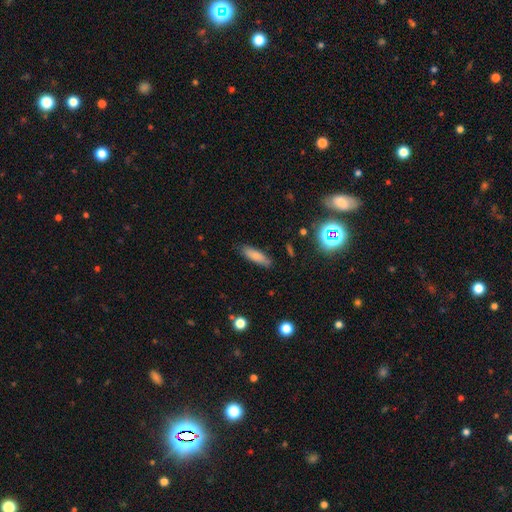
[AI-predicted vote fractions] This appears to be a smooth galaxy with no disk features (79%) that is cigar-shaped (59%). Merging: none (86%).